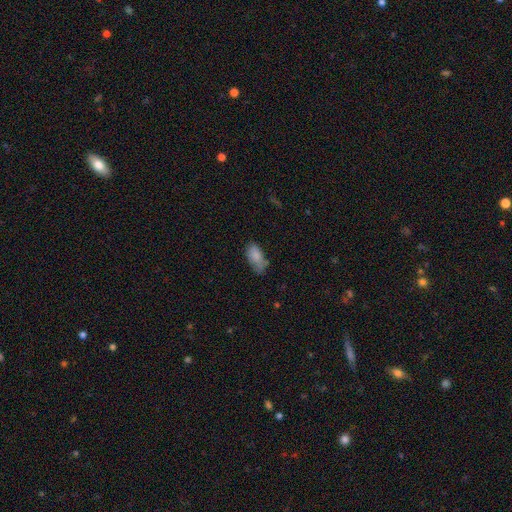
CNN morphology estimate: Smooth or featured?
  - smooth: 82% *
  - featured or disk: 9%
  - star or artifact: 8%
How rounded?
  - in between: 92% *
  - cigar-shaped: 5%
  - round: 3%
Merging?
  - none: 51% *
  - minor disturbance: 33%
  - major disturbance: 11%
  - merger: 5%